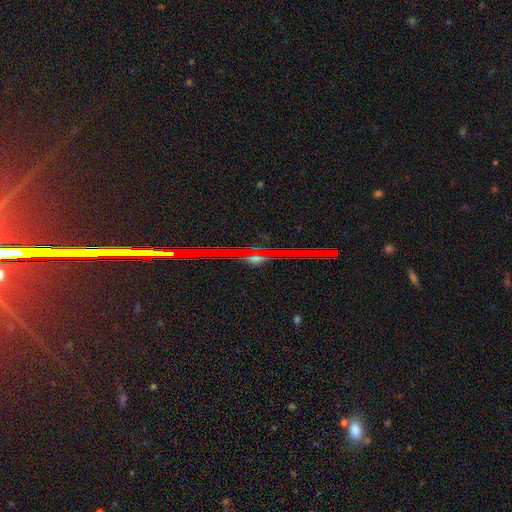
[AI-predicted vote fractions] This is likely a star or artifact rather than a galaxy (64%).